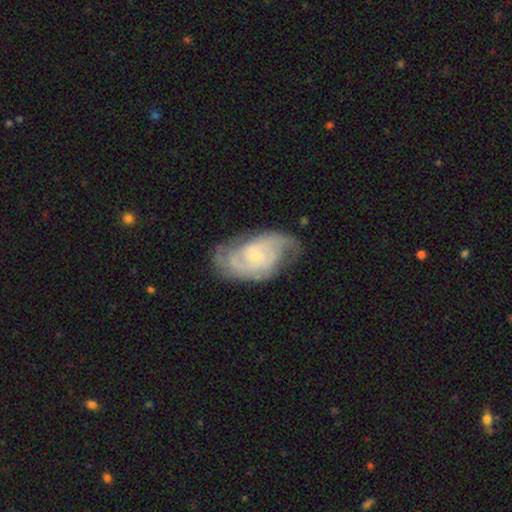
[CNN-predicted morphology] A featured or disk galaxy (84%) with no bar (59%), 2 (65%) tight (46%) spiral arms (96%) and a small central bulge (70%).

Vote fractions:
- Smooth or featured? featured or disk: 84% / smooth: 11% / star or artifact: 5%
- Edge-on disk? no: 97% / yes: 3%
- Bar? no: 59% / weak: 35% / strong: 6%
- Spiral arms? yes: 96% / no: 4%
- Spiral winding? tight: 46% / medium: 42% / loose: 11%
- Spiral arm count? 2: 65% / can't tell: 16% / 3: 10% / 1: 3% / 4: 3% / more than 4: 3%
- Bulge size? small: 70% / moderate: 18% / none: 9% / large: 2% / dominant: 1%
- Merging? none: 66% / minor disturbance: 22% / major disturbance: 10% / merger: 2%